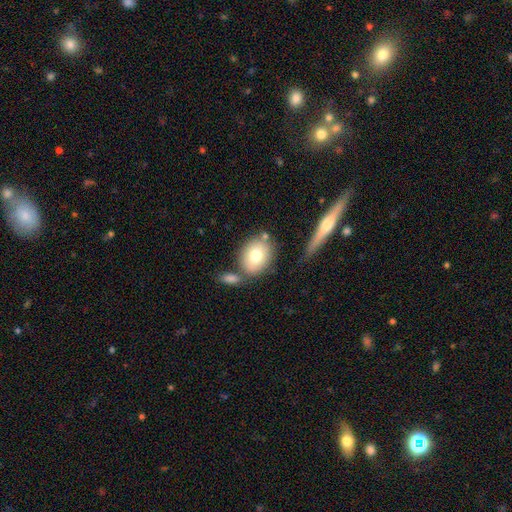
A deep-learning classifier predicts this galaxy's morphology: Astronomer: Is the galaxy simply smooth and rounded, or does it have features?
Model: smooth — 74%.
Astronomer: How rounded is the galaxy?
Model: in between — 52% (runner-up: round, 47%).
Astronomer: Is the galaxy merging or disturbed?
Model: none — 64%.